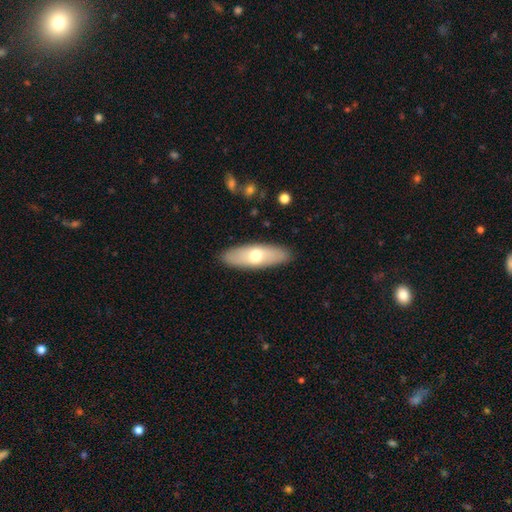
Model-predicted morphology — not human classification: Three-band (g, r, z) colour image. It shows a smooth galaxy with no disk features (60%) that is in between round and cigar-shaped (61%). Merging: none (89%).